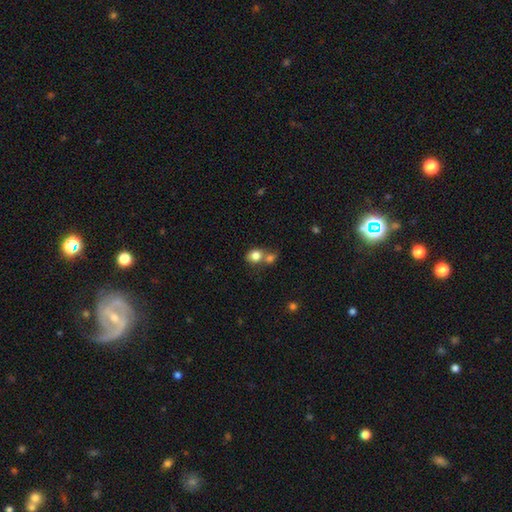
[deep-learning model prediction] This appears to be a smooth galaxy with no disk features (81%) that is round (56%). Merging: merger (51%).